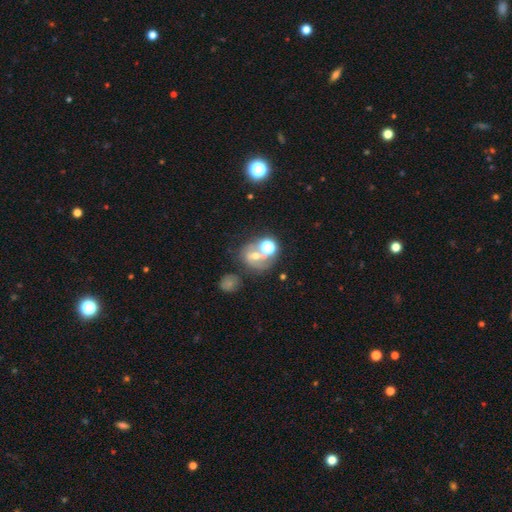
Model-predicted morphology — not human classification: Smooth or featured: smooth — 39% (featured or disk — 36%)
Merging: none — 42% (merger — 35%)